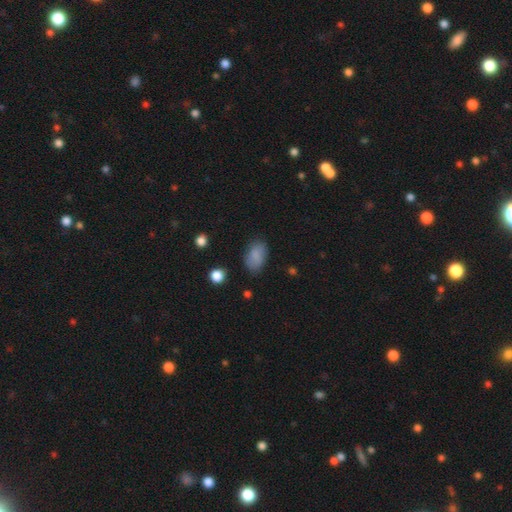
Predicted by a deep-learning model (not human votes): Smooth or featured?
  - smooth: 84% *
  - star or artifact: 8%
  - featured or disk: 8%
How rounded?
  - in between: 91% *
  - round: 7%
  - cigar-shaped: 2%
Merging?
  - none: 76% *
  - minor disturbance: 17%
  - major disturbance: 4%
  - merger: 2%